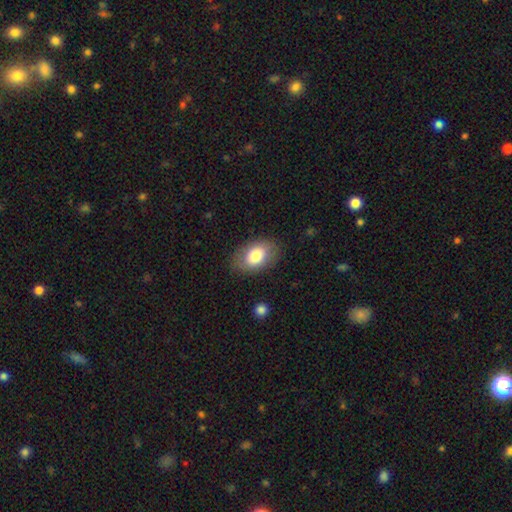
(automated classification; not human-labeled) This is likely a smooth galaxy (77%). How rounded: clearly in between (89%). Merging: clearly none (82%).